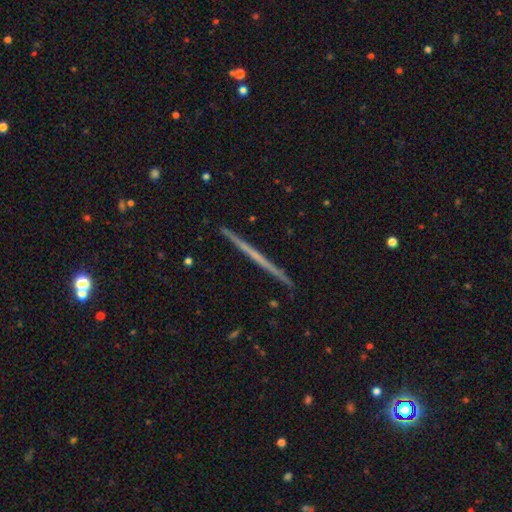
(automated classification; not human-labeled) A featured or disk galaxy (63%) viewed edge-on (98%) with no central bulge (88%). Merging: none (93%).